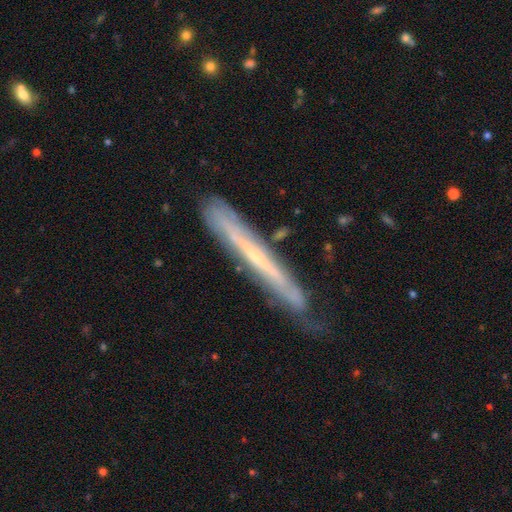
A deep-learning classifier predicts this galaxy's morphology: featured or disk 69%, smooth 24%, star or artifact 7%. Down the decision tree: edge-on disk — yes (82%); edge-on bulge — none (66%); merging — none (65%).